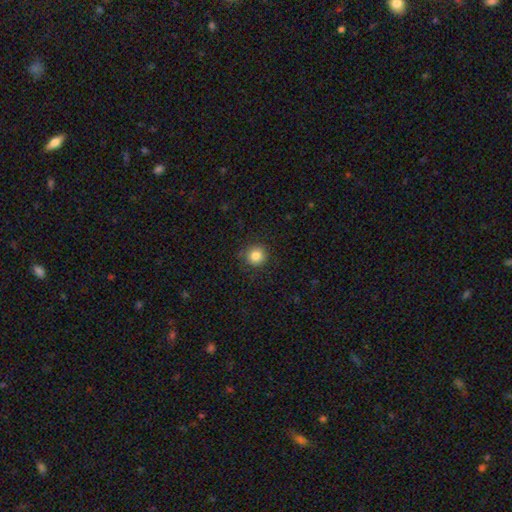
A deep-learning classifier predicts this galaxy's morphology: A smooth galaxy with no disk features (83%) that is round (93%). Merging: none (88%).